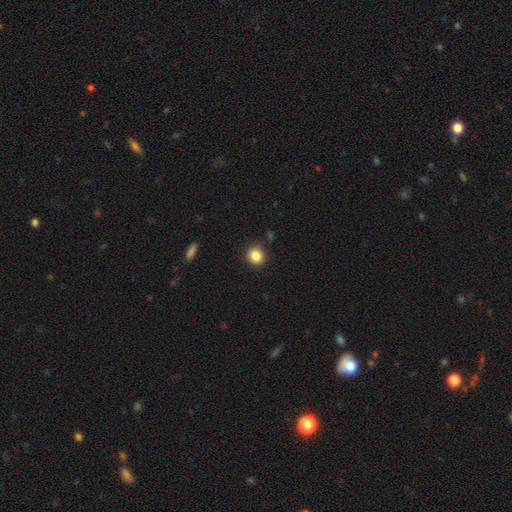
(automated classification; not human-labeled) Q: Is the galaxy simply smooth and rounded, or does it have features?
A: smooth — 86%.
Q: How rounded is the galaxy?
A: round — 85%.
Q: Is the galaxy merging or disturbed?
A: none — 90%.